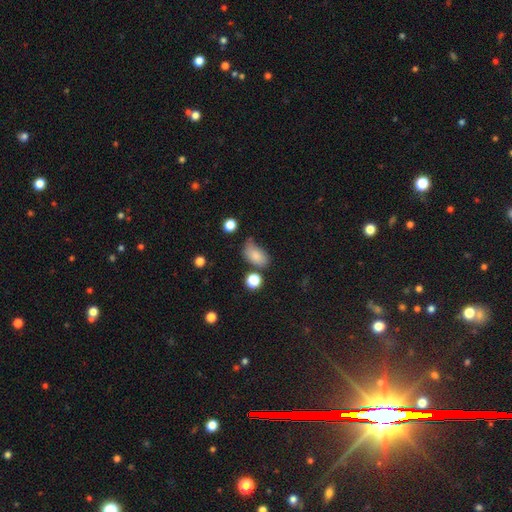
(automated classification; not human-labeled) This appears to be a smooth galaxy with no disk features (82%) that is in between round and cigar-shaped (89%). Merging: none (47%).